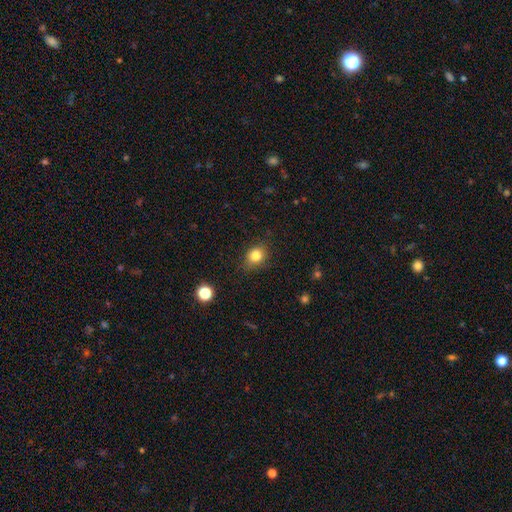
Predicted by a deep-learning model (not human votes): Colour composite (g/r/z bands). It shows a smooth galaxy with no disk features (83%) that is round (56%). Merging: none (80%).